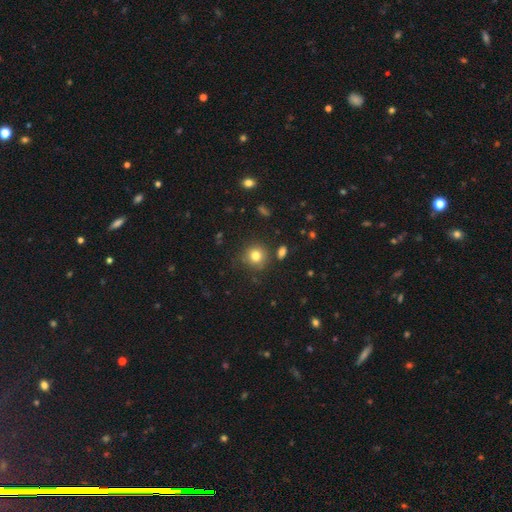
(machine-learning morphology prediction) Q: Smooth or featured?
A: smooth (80%); runner-up: star or artifact (12%)
Q: How rounded?
A: round (90%); runner-up: in between (9%)
Q: Merging?
A: none (82%); runner-up: minor disturbance (11%)